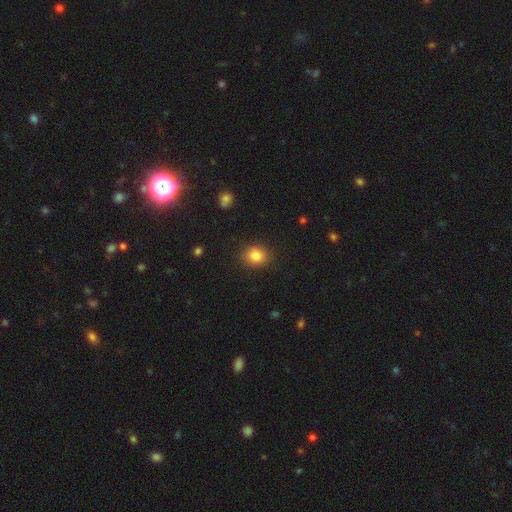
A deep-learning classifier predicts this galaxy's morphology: This is clearly a smooth galaxy (84%). How rounded: likely round (72%). Merging: clearly none (88%).